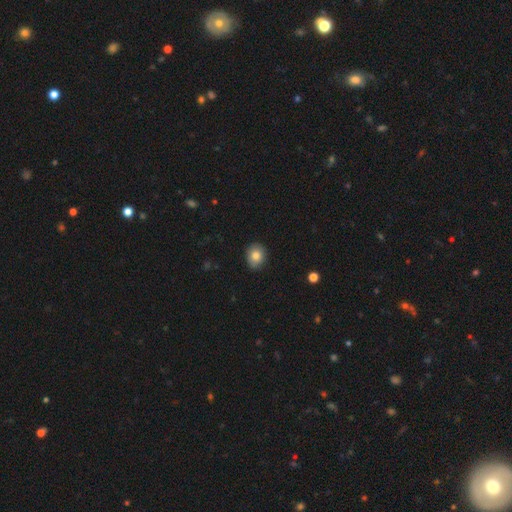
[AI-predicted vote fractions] Morphology: type=smooth (81%); roundness=round (61%); merging=none (87%).